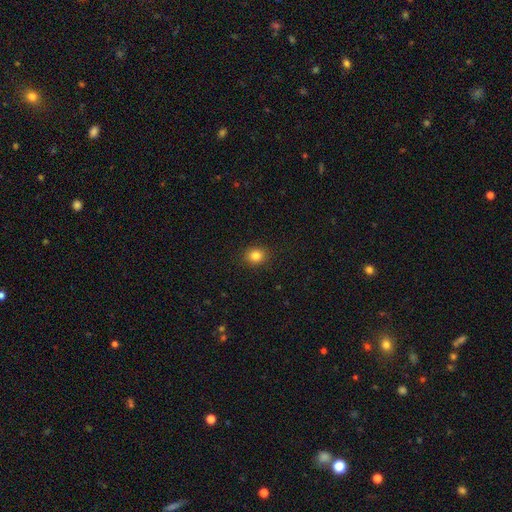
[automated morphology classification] Q: Smooth or featured?
A: smooth (83%); runner-up: star or artifact (11%)
Q: How rounded?
A: round (72%); runner-up: in between (27%)
Q: Merging?
A: none (90%); runner-up: minor disturbance (7%)